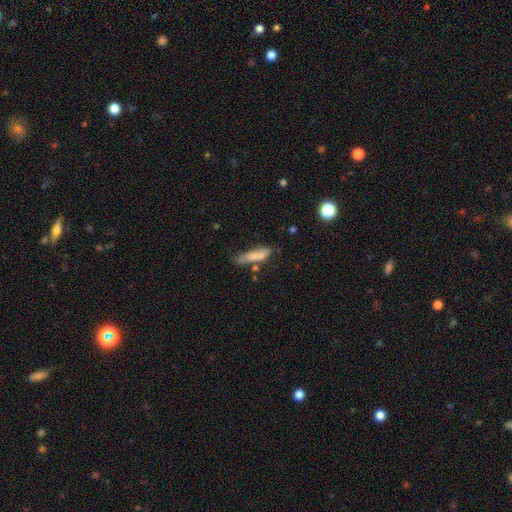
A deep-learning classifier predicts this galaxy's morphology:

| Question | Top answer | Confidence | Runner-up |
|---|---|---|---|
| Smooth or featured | smooth | 74% | featured or disk (19%) |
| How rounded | cigar-shaped | 63% | in between (35%) |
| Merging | none | 53% | minor disturbance (28%) |